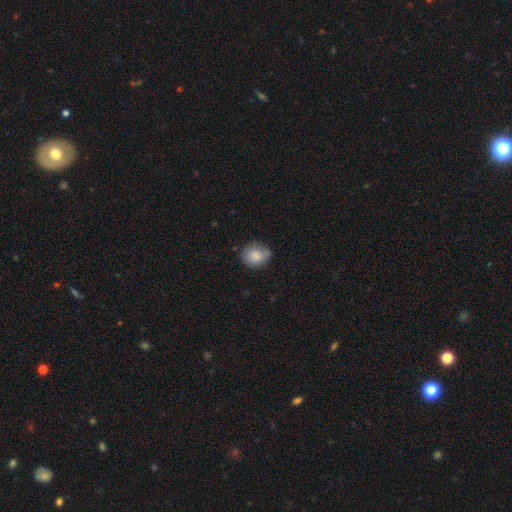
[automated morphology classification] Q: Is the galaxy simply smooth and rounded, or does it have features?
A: smooth — 84%.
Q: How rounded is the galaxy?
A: round — 71%.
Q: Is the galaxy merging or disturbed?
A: none — 71%.